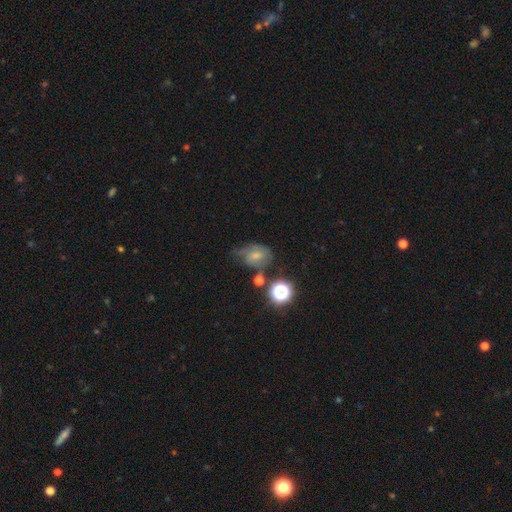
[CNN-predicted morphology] Q: Smooth or featured?
A: smooth (53%); runner-up: featured or disk (30%)
Q: How rounded?
A: in between (60%); runner-up: round (39%)
Q: Merging?
A: none (37%); runner-up: minor disturbance (34%)